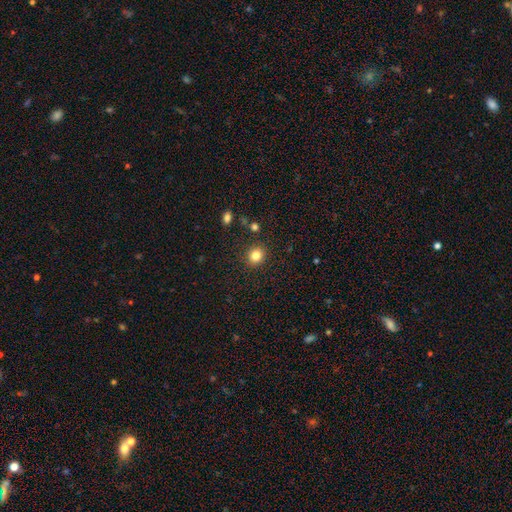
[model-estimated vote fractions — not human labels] Smooth or featured? Predicted: smooth (p=0.83). How rounded? Predicted: round (p=0.78). Merging? Predicted: none (p=0.89).